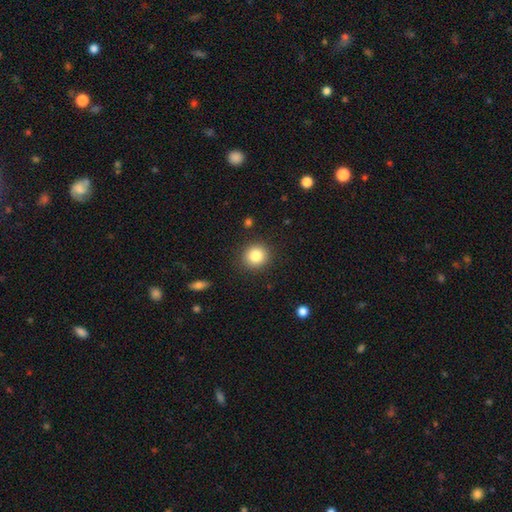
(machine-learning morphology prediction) A smooth galaxy with no disk features (83%) that is round (88%). Merging: none (89%).